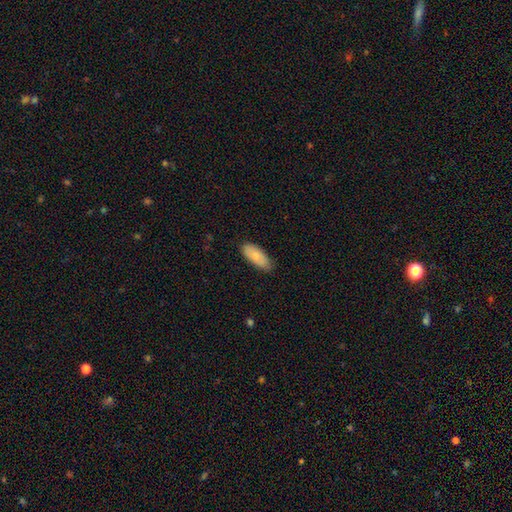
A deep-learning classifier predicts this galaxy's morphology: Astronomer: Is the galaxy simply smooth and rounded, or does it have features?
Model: smooth — 82%.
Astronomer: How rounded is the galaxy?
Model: in between — 87%.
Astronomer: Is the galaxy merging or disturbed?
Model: none — 78%.